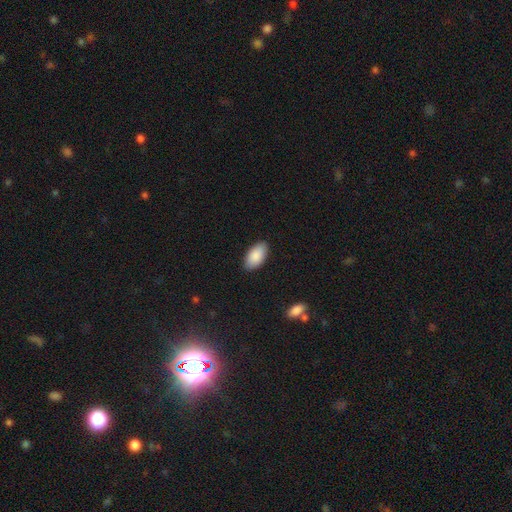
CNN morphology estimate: This appears to be a smooth galaxy with no disk features (89%) that is in between round and cigar-shaped (96%). Merging: none (88%).